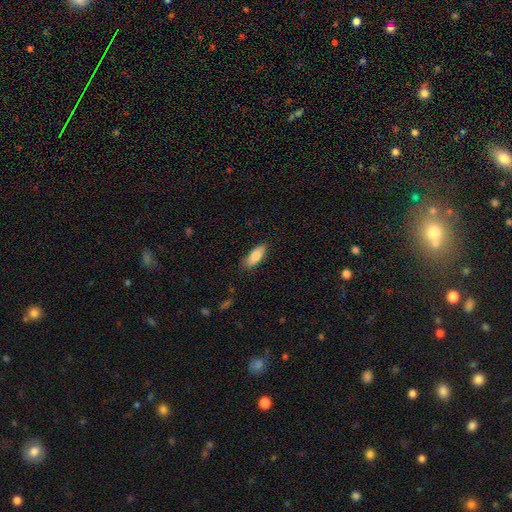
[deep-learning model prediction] This is likely a smooth galaxy (79%). How rounded: likely in between (75%). Merging: clearly none (83%).